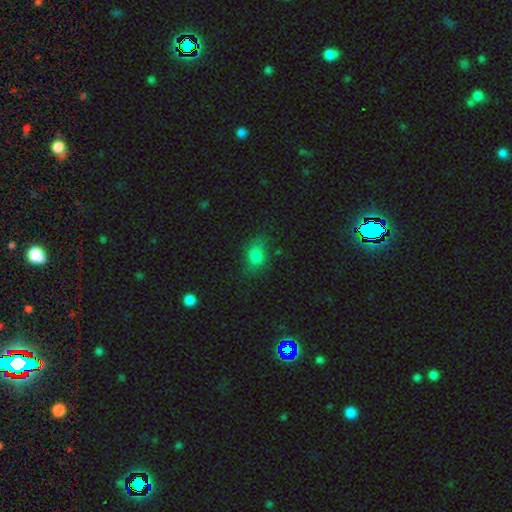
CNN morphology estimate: Overall: smooth (79%). How rounded: in between (73%). Merging: none (71%).